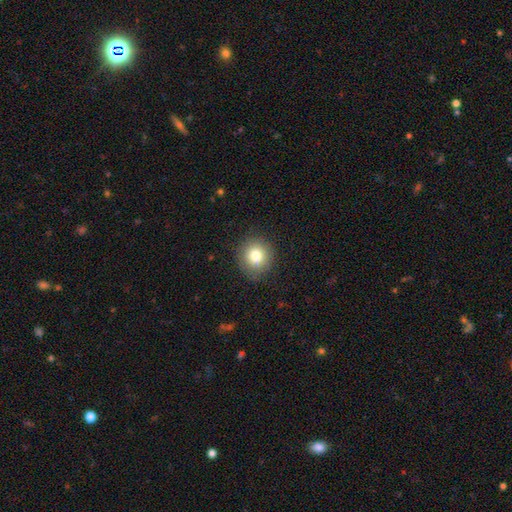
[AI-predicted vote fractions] A smooth galaxy with no disk features (80%) that is round (88%).

Vote fractions:
- Smooth or featured? smooth: 80% / star or artifact: 10% / featured or disk: 10%
- How rounded? round: 88% / in between: 11% / cigar-shaped: 1%
- Merging? none: 87% / minor disturbance: 9% / major disturbance: 3% / merger: 1%